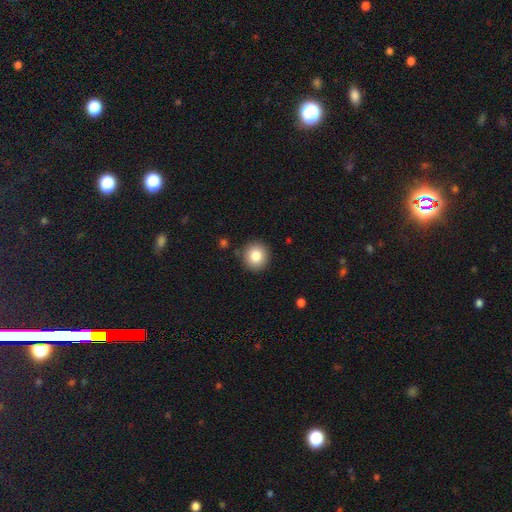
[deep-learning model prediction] A smooth galaxy with no disk features (83%) that is round (91%). Merging: none (89%).